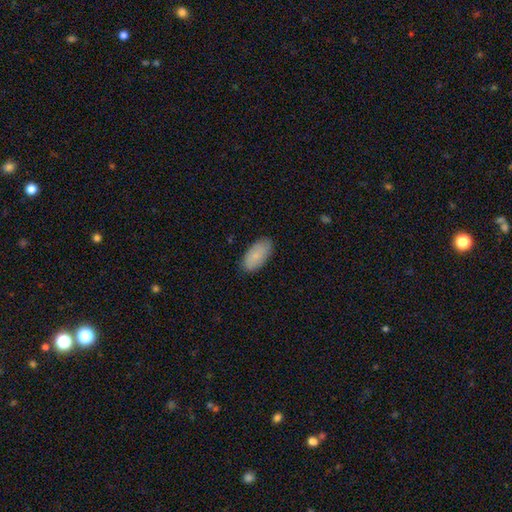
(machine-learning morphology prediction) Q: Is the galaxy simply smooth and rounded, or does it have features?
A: smooth — 81%.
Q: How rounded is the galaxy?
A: in between — 93%.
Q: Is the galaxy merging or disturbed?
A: none — 84%.